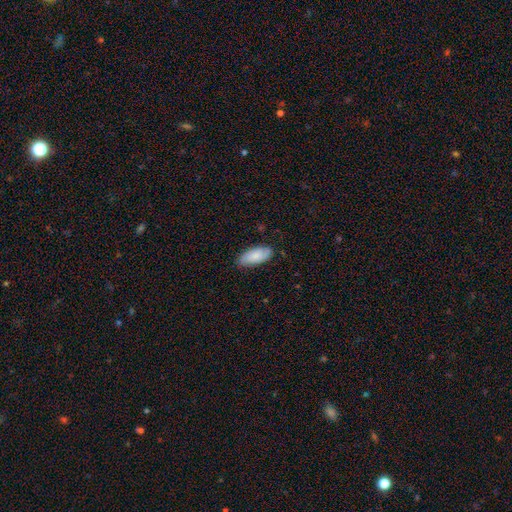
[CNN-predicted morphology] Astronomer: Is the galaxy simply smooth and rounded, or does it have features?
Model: smooth — 79%.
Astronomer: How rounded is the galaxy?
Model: in between — 90%.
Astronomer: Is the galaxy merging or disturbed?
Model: none — 82%.